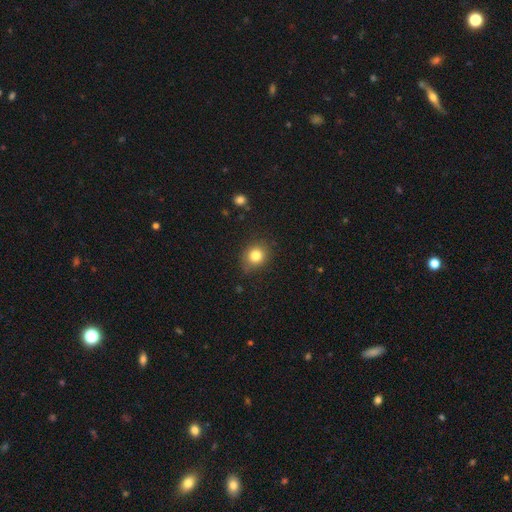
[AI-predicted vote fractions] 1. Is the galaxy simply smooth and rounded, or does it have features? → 82% smooth, 11% star or artifact, 7% featured or disk.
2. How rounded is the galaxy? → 77% round, 23% in between, 1% cigar-shaped.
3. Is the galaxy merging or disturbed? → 83% none, 13% minor disturbance, 3% major disturbance, 1% merger.